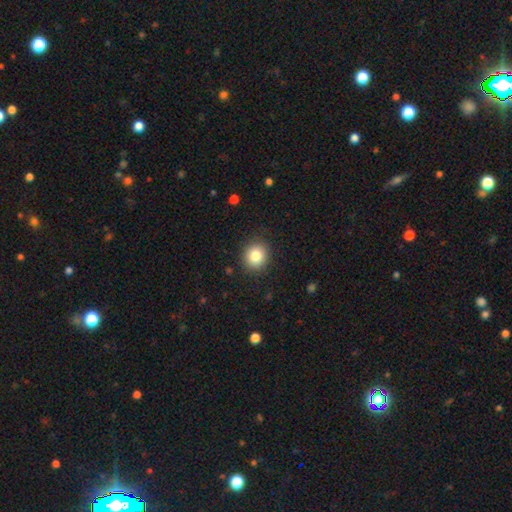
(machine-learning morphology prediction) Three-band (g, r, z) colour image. It shows a smooth galaxy with no disk features (83%) that is round (81%). Merging: none (89%).